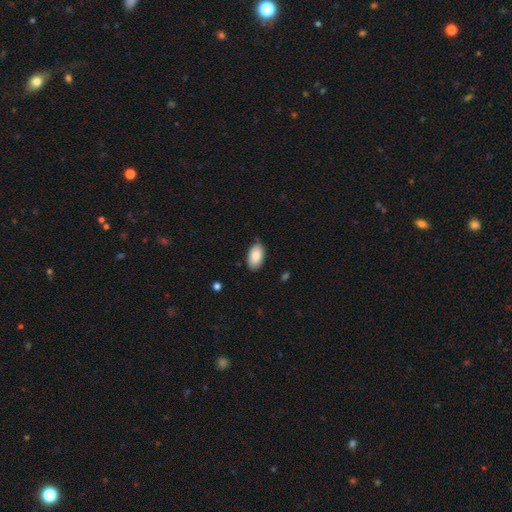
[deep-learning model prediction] smooth_or_featured: smooth (p=0.86) [alt: featured or disk p=0.08]
how_rounded: in between (p=0.95) [alt: round p=0.04]
merging: none (p=0.80) [alt: minor disturbance p=0.16]